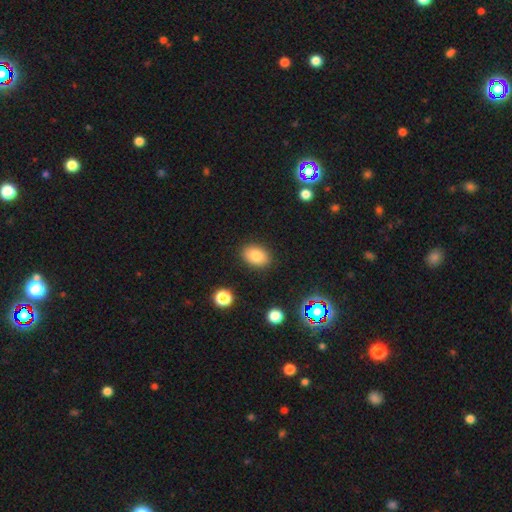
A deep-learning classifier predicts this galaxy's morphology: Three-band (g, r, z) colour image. It shows a smooth galaxy with no disk features (82%) that is in between round and cigar-shaped (83%). Merging: none (87%).